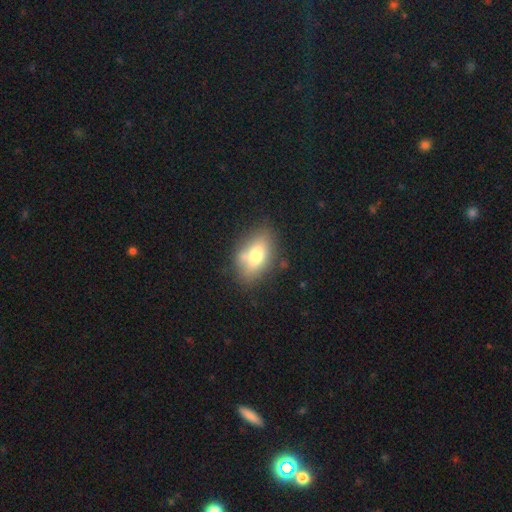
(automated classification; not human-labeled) Morphology: type=smooth (71%); roundness=in between (86%); merging=none (68%).